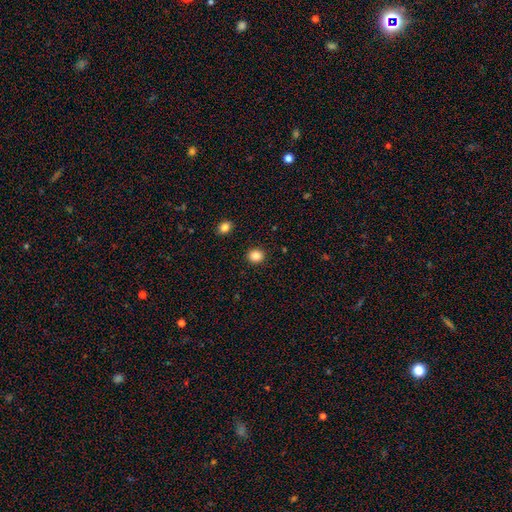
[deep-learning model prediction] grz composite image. It shows a smooth galaxy with no disk features (86%) that is round (75%). Merging: none (91%).